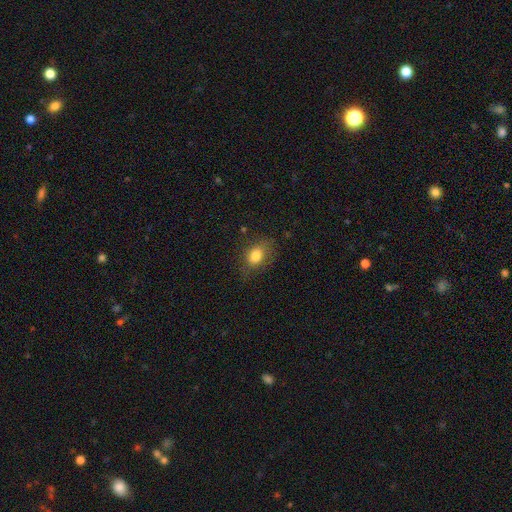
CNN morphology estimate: The model was most divided on "how rounded": in between: 67%, round: 31%, cigar-shaped: 2%. More confident: smooth or featured — smooth (80%); merging — none (71%).